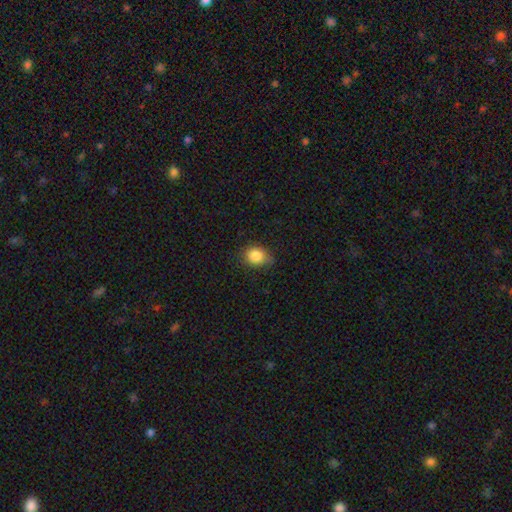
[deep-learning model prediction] A smooth galaxy with no disk features (85%) that is in between round and cigar-shaped (51%). Merging: none (71%).